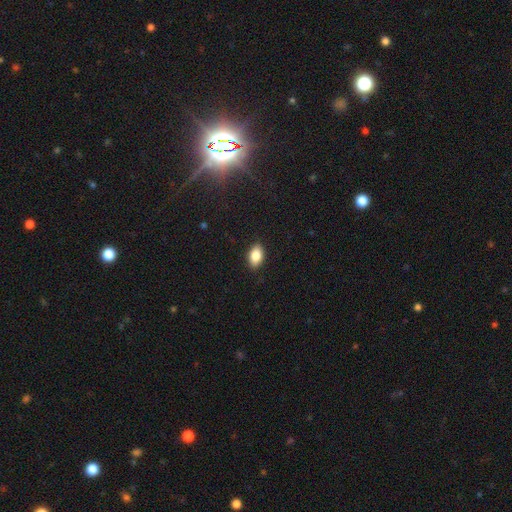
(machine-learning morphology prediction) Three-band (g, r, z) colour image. It shows a smooth galaxy with no disk features (86%) that is in between round and cigar-shaped (90%). Merging: none (89%).